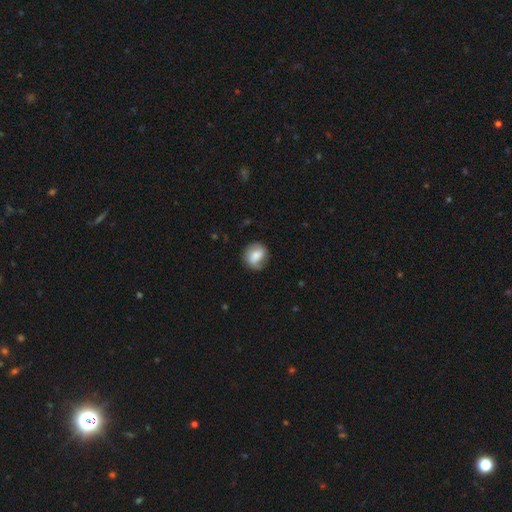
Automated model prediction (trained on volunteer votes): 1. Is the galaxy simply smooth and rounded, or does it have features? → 63% smooth, 30% featured or disk, 8% star or artifact.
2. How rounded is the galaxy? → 63% round, 36% in between, 1% cigar-shaped.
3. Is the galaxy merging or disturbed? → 71% none, 20% minor disturbance, 7% major disturbance, 1% merger.